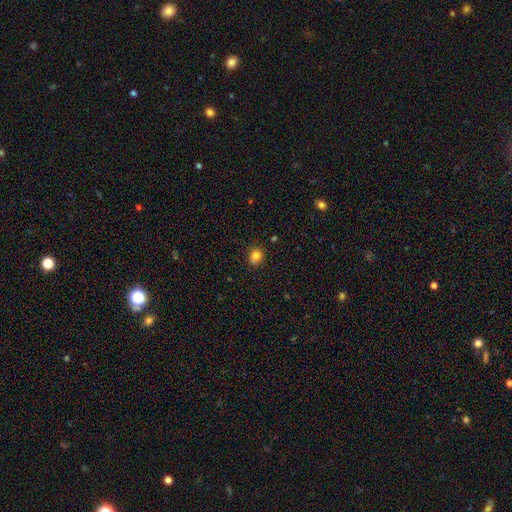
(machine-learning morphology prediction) Q: Smooth or featured?
A: smooth (81%); runner-up: star or artifact (12%)
Q: How rounded?
A: round (80%); runner-up: in between (19%)
Q: Merging?
A: none (77%); runner-up: minor disturbance (15%)